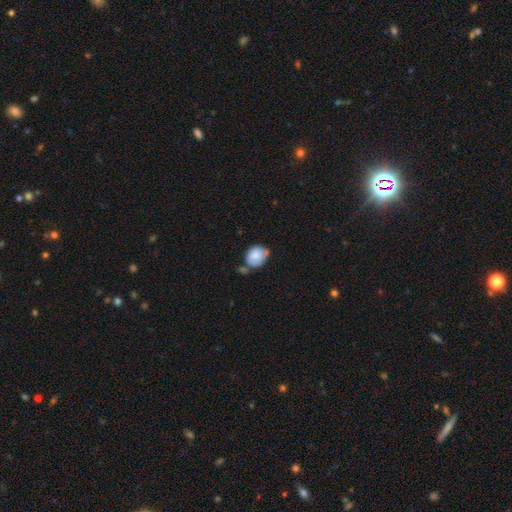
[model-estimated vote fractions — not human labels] Smooth or featured: smooth — 75% (featured or disk — 17%)
How rounded: in between — 55% (round — 44%)
Merging: none — 41% (minor disturbance — 31%)